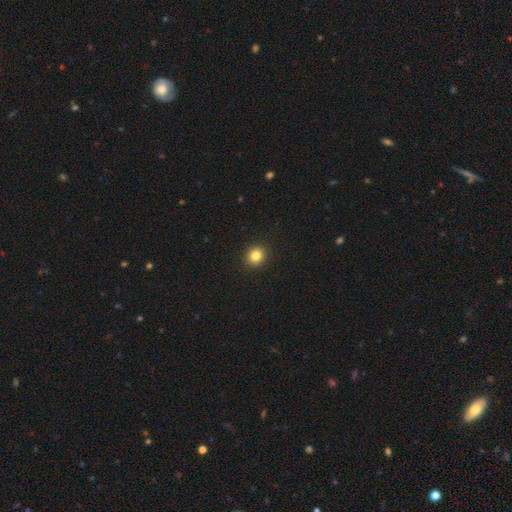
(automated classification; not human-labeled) Smooth or featured? smooth (83%)
How rounded? round (81%)
Merging? none (92%)